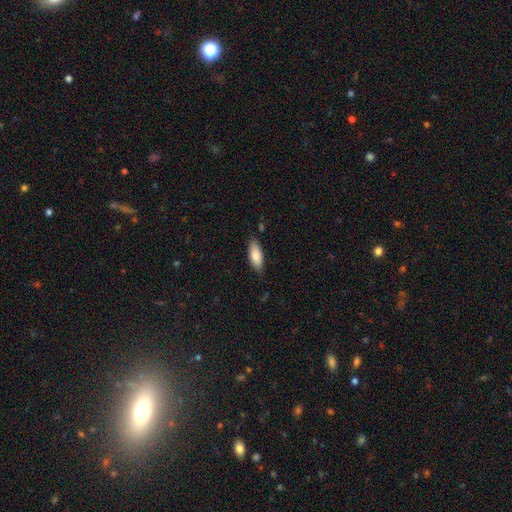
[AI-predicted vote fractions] Smooth or featured? Predicted: smooth (p=0.84). How rounded? Predicted: in between (p=0.77). Merging? Predicted: none (p=0.79).